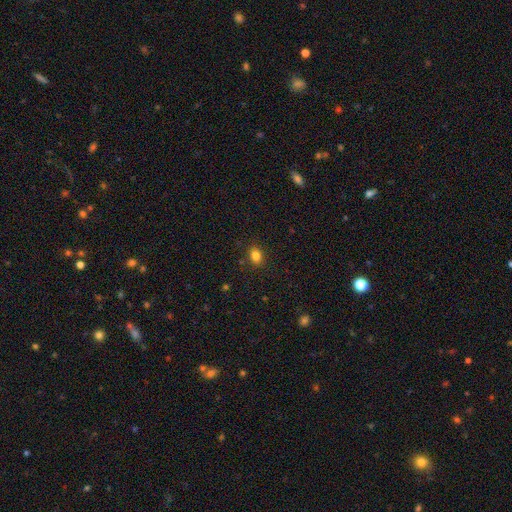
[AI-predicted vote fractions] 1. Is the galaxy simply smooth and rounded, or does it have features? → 83% smooth, 11% star or artifact, 6% featured or disk.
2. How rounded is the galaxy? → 61% in between, 38% round, 1% cigar-shaped.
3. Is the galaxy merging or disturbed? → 87% none, 9% minor disturbance, 2% major disturbance, 1% merger.